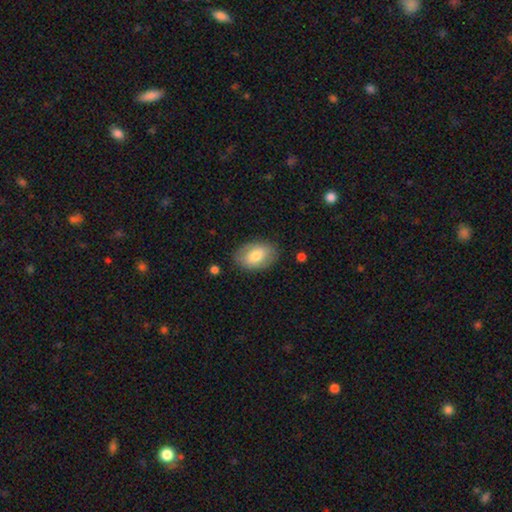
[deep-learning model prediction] This appears to be a smooth galaxy with no disk features (74%) that is in between round and cigar-shaped (87%). Merging: none (82%).